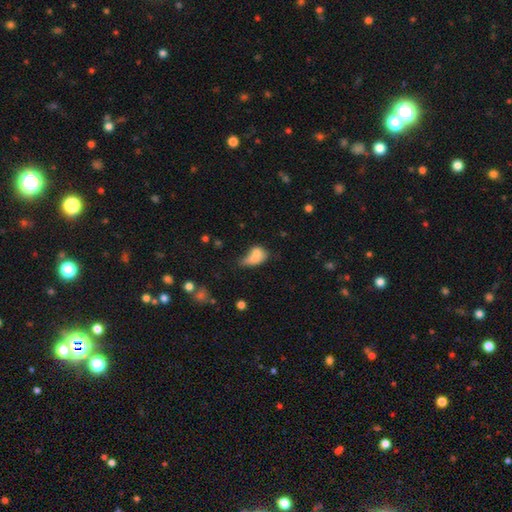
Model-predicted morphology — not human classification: Smooth or featured?
  - smooth: 72% *
  - featured or disk: 17%
  - star or artifact: 11%
How rounded?
  - in between: 77% *
  - round: 19%
  - cigar-shaped: 4%
Merging?
  - merger: 33% *
  - minor disturbance: 23%
  - major disturbance: 23%
  - none: 22%